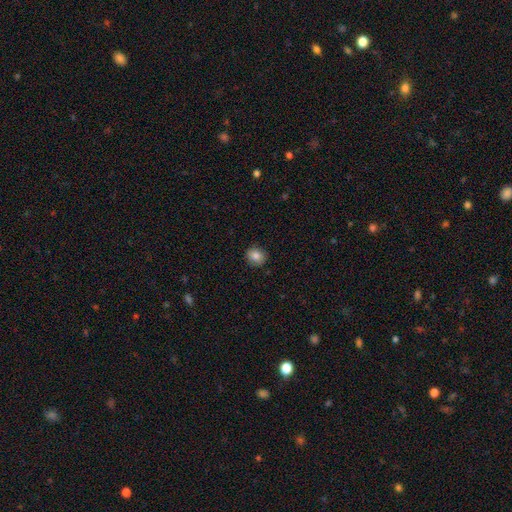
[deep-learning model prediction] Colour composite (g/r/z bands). It shows a smooth galaxy with no disk features (83%) that is round (80%). Merging: none (90%).